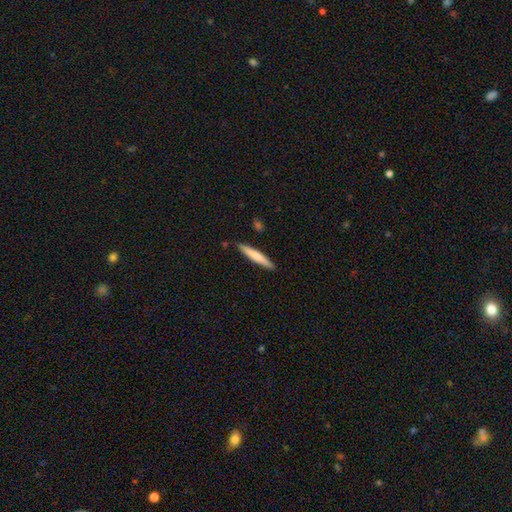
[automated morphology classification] smooth 71%, featured or disk 24%, star or artifact 5%. Down the decision tree: how rounded — cigar-shaped (93%); merging — none (88%).